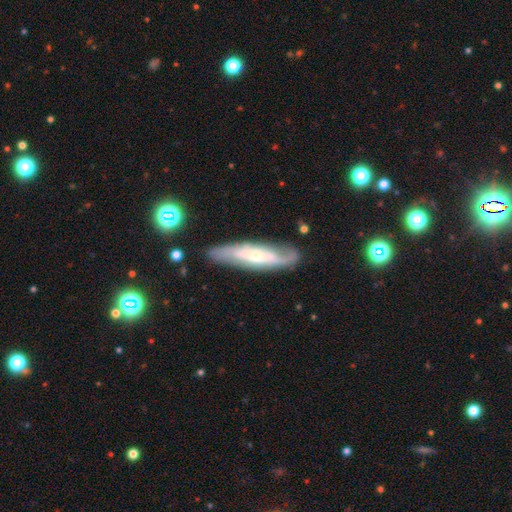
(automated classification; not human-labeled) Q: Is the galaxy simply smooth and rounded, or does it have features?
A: featured or disk — 68%.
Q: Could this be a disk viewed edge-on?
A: no — 61%.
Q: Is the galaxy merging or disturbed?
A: none — 77%.